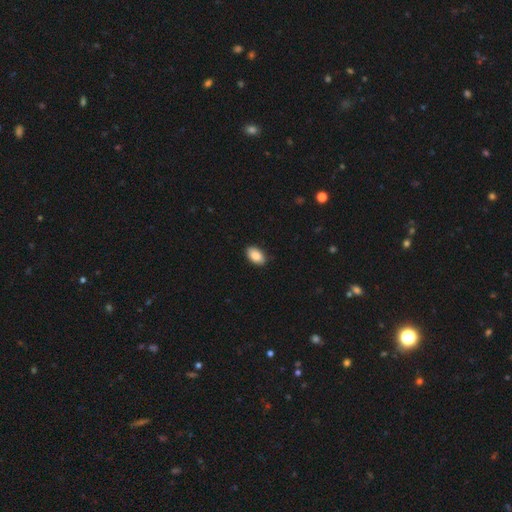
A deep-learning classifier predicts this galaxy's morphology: smooth 87%, star or artifact 7%, featured or disk 6%. Down the decision tree: how rounded — in between (94%); merging — none (89%).